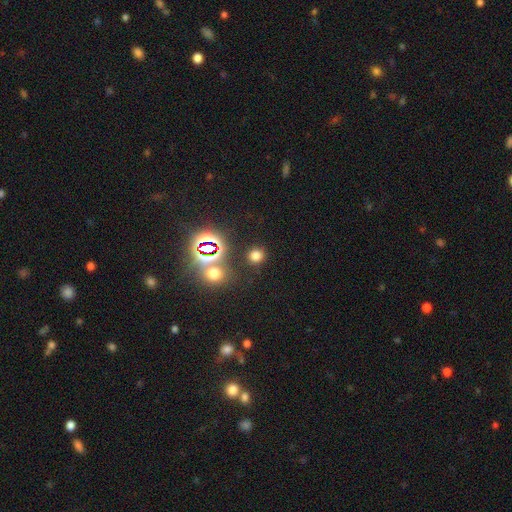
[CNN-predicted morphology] type=smooth (67%); roundness=round (89%); merging=none (87%).